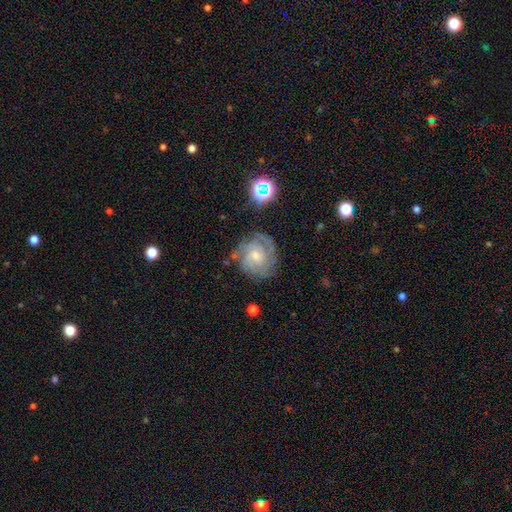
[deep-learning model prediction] Smooth or featured?
  - featured or disk: 78% *
  - smooth: 14%
  - star or artifact: 8%
Edge-on disk?
  - no: 98% *
  - yes: 2%
Bar?
  - no: 71% *
  - weak: 25%
  - strong: 4%
Spiral arms?
  - yes: 94% *
  - no: 6%
Spiral winding?
  - tight: 63% *
  - medium: 30%
  - loose: 7%
Spiral arm count?
  - can't tell: 33% *
  - 3: 24%
  - 4: 18%
  - 2: 13%
  - more than 4: 7%
  - 1: 6%
Bulge size?
  - small: 59% *
  - moderate: 33%
  - none: 4%
  - large: 2%
  - dominant: 1%
Merging?
  - none: 71% *
  - minor disturbance: 18%
  - major disturbance: 8%
  - merger: 3%